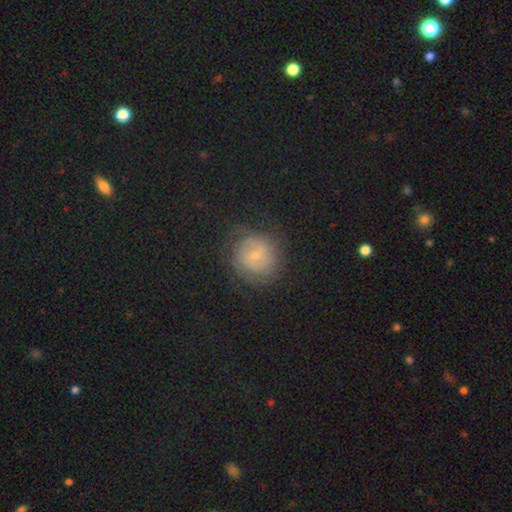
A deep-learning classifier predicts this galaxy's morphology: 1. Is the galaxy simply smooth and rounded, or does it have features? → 69% featured or disk, 22% smooth, 9% star or artifact.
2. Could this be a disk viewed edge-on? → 98% no, 2% yes.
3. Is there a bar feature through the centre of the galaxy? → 54% weak, 35% no, 12% strong.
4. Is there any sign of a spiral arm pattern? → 91% yes, 9% no.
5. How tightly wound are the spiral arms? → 47% tight, 41% medium, 12% loose.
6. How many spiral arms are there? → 64% 2, 20% can't tell, 7% 3, 3% 1, 3% 4, 3% more than 4.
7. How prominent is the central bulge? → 70% small, 23% moderate, 5% none, 1% large, 1% dominant.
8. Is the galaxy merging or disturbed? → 75% none, 16% minor disturbance, 7% major disturbance, 1% merger.